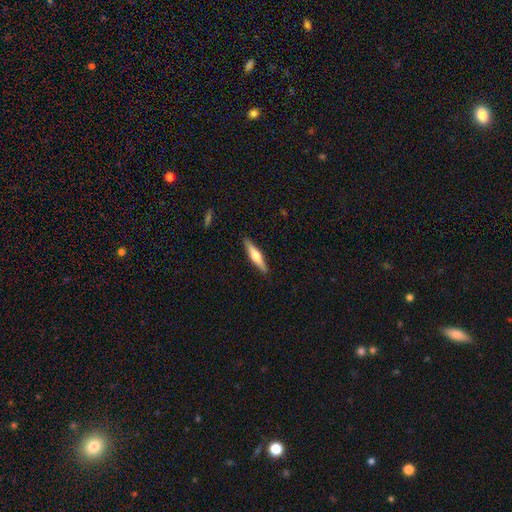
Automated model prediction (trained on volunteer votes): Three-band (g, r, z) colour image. It shows a featured or disk galaxy (51%) viewed edge-on (96%). Merging: none (90%).